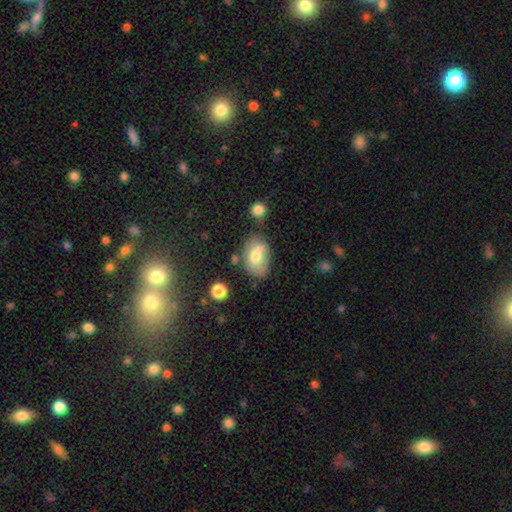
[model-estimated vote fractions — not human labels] The model was most divided on "merging": none: 48%, minor disturbance: 29%, major disturbance: 11%, merger: 11%. More confident: how rounded — in between (84%); smooth or featured — smooth (60%).